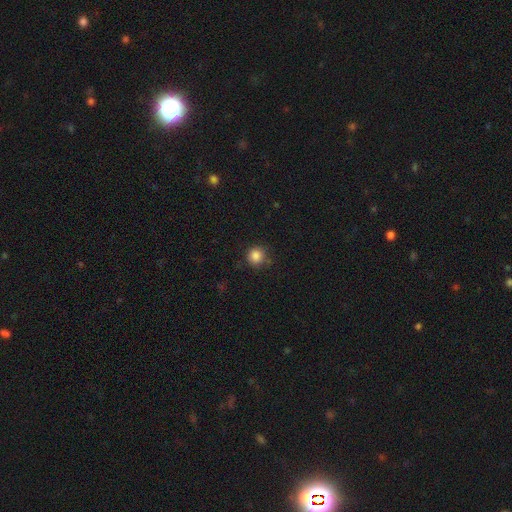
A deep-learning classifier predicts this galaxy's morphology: This appears to be a smooth galaxy with no disk features (86%) that is round (93%). Merging: none (81%).